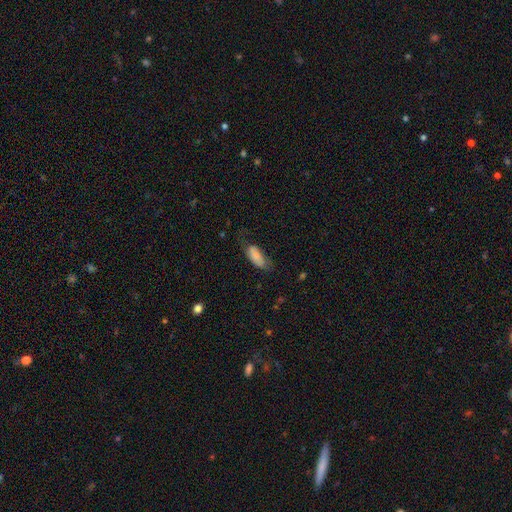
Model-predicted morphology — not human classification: type=smooth (79%); roundness=in between (81%); merging=none (45%).